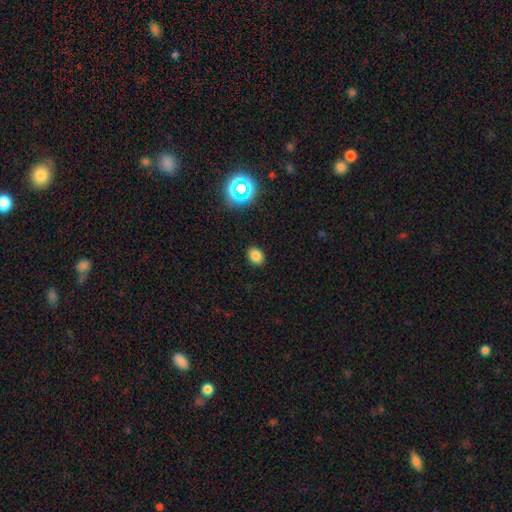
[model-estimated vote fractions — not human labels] A smooth galaxy with no disk features (81%) that is in between round and cigar-shaped (60%).

Vote fractions:
- Smooth or featured? smooth: 81% / star or artifact: 14% / featured or disk: 5%
- How rounded? in between: 60% / round: 39% / cigar-shaped: 1%
- Merging? none: 88% / minor disturbance: 8% / major disturbance: 2% / merger: 1%